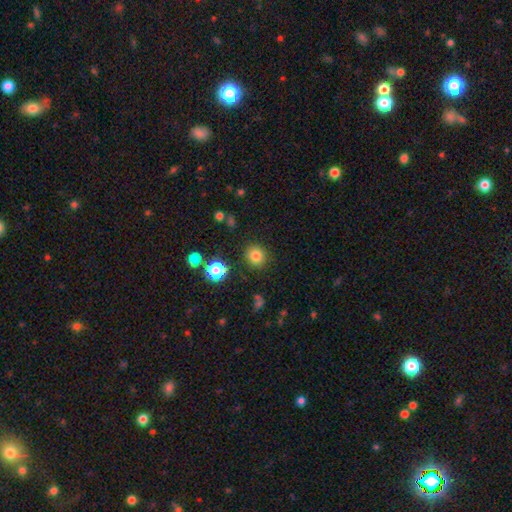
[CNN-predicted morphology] smooth 80%, star or artifact 14%, featured or disk 6%. Down the decision tree: how rounded — round (89%); merging — none (88%).